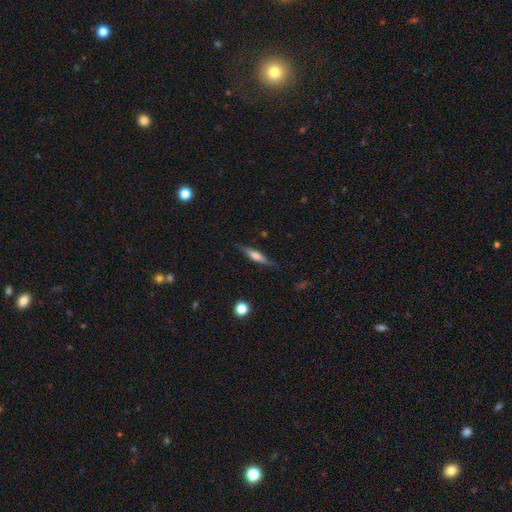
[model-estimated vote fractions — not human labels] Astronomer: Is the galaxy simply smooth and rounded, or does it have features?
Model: featured or disk — 50% (runner-up: smooth, 43%).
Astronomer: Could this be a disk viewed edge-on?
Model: yes — 94%.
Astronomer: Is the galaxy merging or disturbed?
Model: none — 82%.